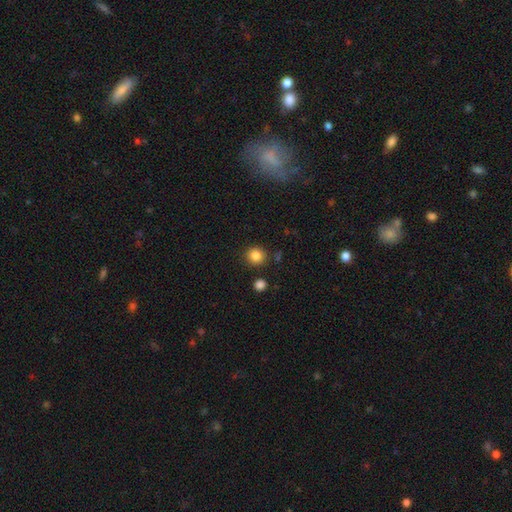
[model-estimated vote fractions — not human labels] smooth_or_featured: smooth (p=0.85) [alt: star or artifact p=0.11]
how_rounded: round (p=0.91) [alt: in between p=0.09]
merging: none (p=0.87) [alt: minor disturbance p=0.07]